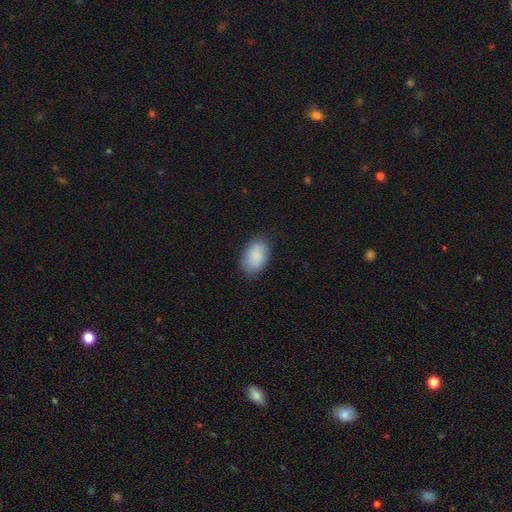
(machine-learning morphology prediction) This is clearly a smooth galaxy (86%). How rounded: clearly in between (88%). Merging: clearly none (81%).